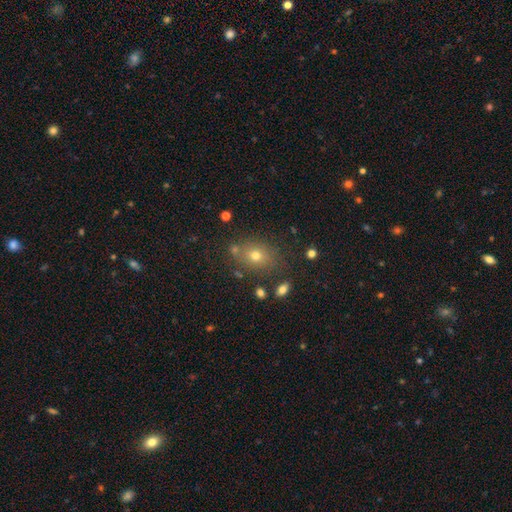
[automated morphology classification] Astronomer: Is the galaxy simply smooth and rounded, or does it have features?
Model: smooth — 68%.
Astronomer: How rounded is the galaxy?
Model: in between — 56% (runner-up: round, 42%).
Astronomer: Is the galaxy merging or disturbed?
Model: none — 75%.